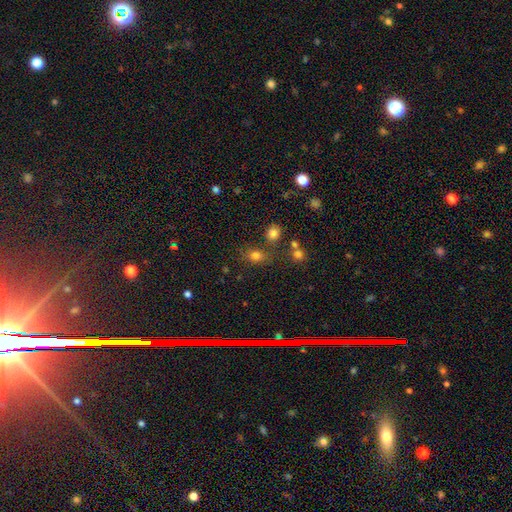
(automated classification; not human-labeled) A smooth galaxy with no disk features (76%) that is in between round and cigar-shaped (53%).

Vote fractions:
- Smooth or featured? smooth: 76% / star or artifact: 16% / featured or disk: 8%
- How rounded? in between: 53% / round: 46% / cigar-shaped: 2%
- Merging? none: 68% / minor disturbance: 14% / merger: 12% / major disturbance: 6%